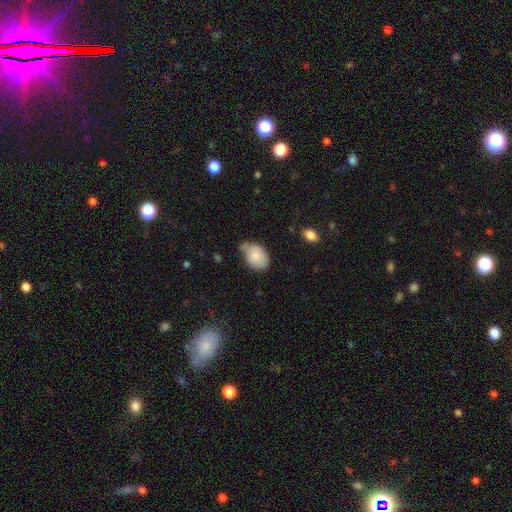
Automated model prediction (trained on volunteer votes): smooth_or_featured: smooth (p=0.84) [alt: featured or disk p=0.09]
how_rounded: in between (p=0.77) [alt: round p=0.22]
merging: none (p=0.48) [alt: minor disturbance p=0.36]